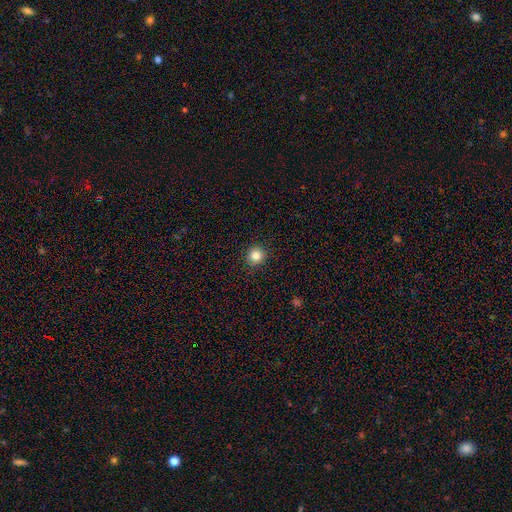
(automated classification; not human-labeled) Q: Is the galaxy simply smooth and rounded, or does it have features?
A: smooth — 84%.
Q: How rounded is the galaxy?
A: round — 89%.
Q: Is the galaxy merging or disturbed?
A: none — 91%.